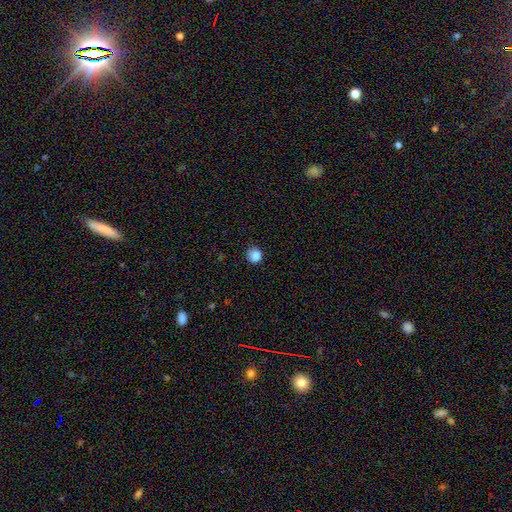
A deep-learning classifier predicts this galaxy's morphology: type=smooth (85%); roundness=round (89%); merging=none (82%).